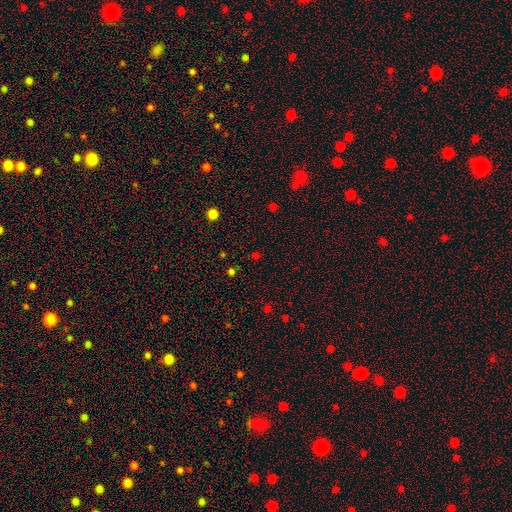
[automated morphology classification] A star or artifact, not a galaxy (50%).